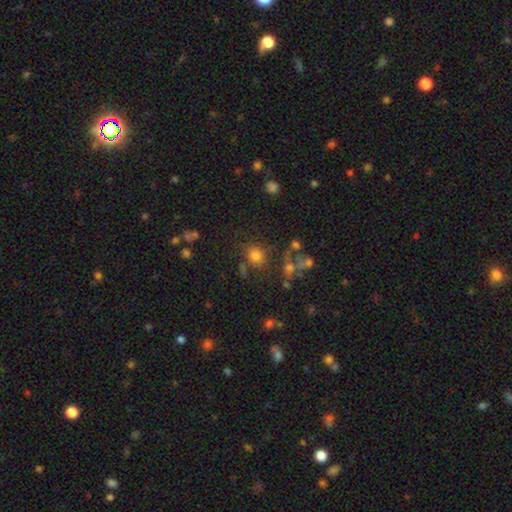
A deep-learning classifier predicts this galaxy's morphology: This is likely a smooth galaxy (73%). How rounded: clearly round (83%). Merging: likely none (71%).